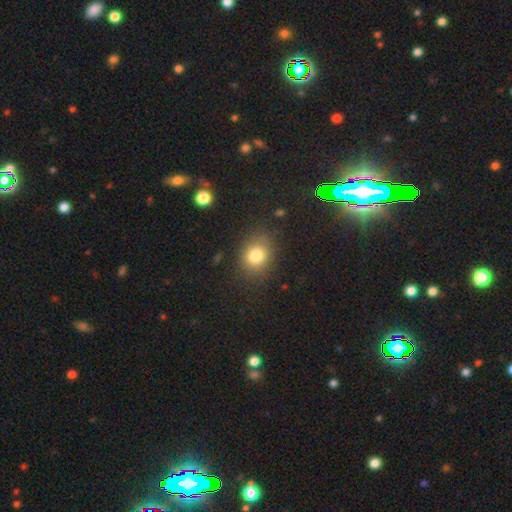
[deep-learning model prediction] The model was most divided on "how rounded": round: 62%, in between: 37%, cigar-shaped: 1%. More confident: merging — none (83%); smooth or featured — smooth (79%).